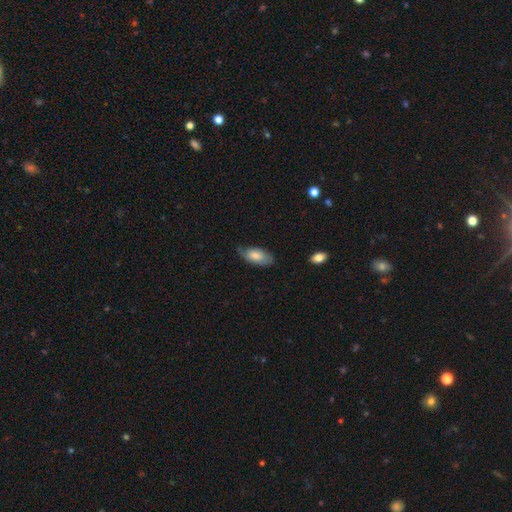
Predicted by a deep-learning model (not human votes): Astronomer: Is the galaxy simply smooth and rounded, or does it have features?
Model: smooth — 74%.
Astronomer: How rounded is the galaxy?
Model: in between — 91%.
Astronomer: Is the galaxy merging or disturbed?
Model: none — 60%.